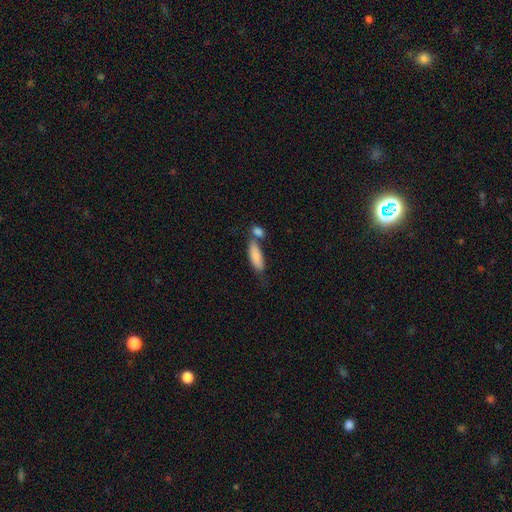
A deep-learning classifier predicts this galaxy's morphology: Overall: smooth (84%). How rounded: in between (64%; cigar-shaped 33%). Merging: none (43%; merger 36%).